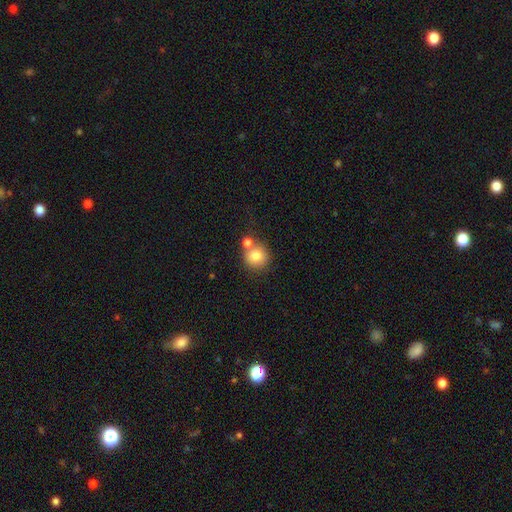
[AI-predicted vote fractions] A smooth galaxy with no disk features (80%) that is round (91%). Merging: none (58%).